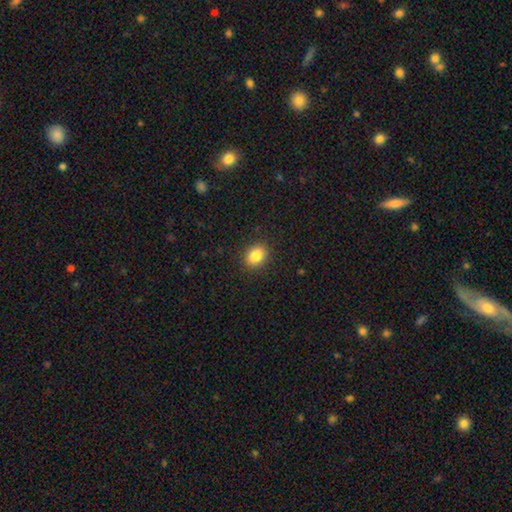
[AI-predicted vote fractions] Q: Smooth or featured?
A: smooth (86%); runner-up: star or artifact (9%)
Q: How rounded?
A: in between (55%); runner-up: round (44%)
Q: Merging?
A: none (89%); runner-up: minor disturbance (8%)